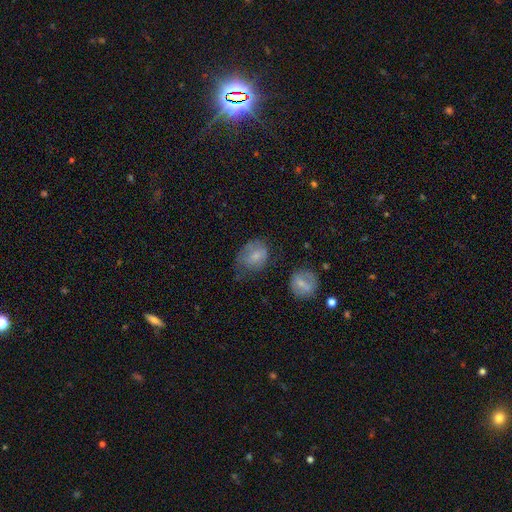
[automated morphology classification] A smooth galaxy with no disk features (69%) that is in between round and cigar-shaped (58%).

Vote fractions:
- Smooth or featured? smooth: 69% / featured or disk: 22% / star or artifact: 8%
- How rounded? in between: 58% / round: 41% / cigar-shaped: 1%
- Merging? none: 45% / minor disturbance: 31% / major disturbance: 19% / merger: 5%